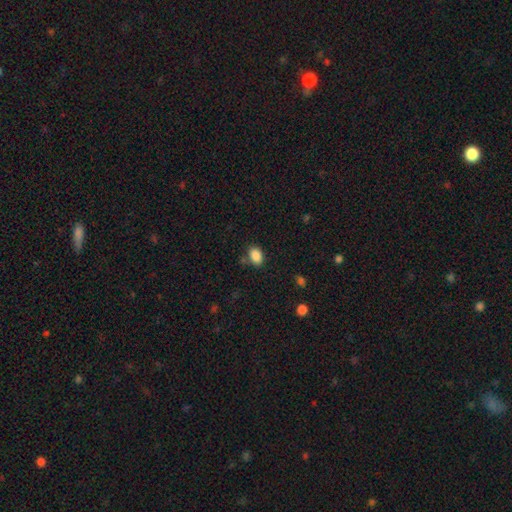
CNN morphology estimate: Overall: smooth (88%). How rounded: in between (83%). Merging: none (78%).